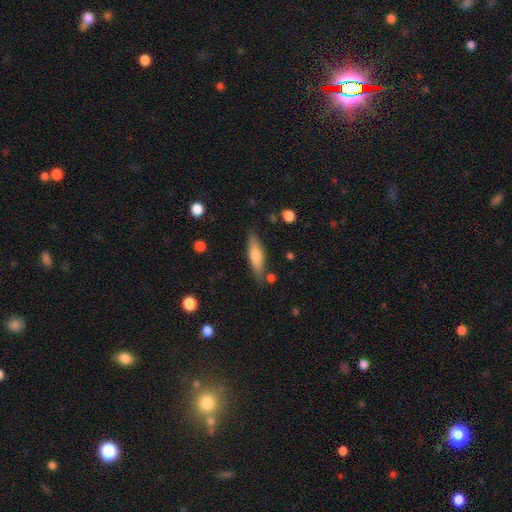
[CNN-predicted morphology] A smooth galaxy with no disk features (66%) that is cigar-shaped (58%). Merging: none (80%).